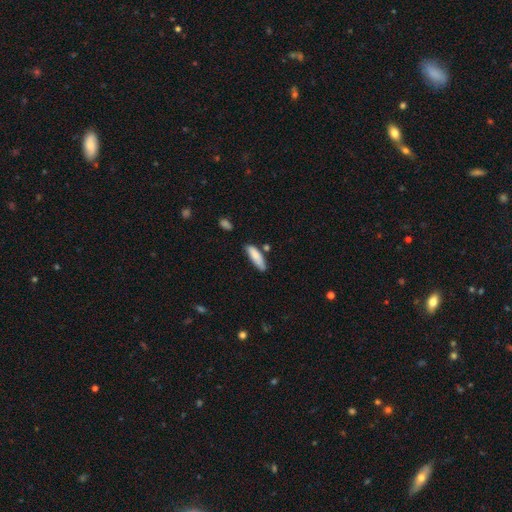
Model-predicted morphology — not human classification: type=smooth (84%); roundness=cigar-shaped (53%); merging=none (68%).